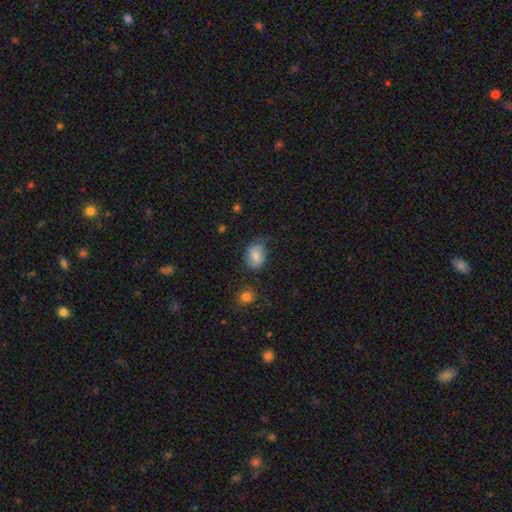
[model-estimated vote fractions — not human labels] The model was most divided on "merging": none: 61%, minor disturbance: 28%, major disturbance: 8%, merger: 3%. More confident: smooth or featured — smooth (77%); how rounded — in between (67%).